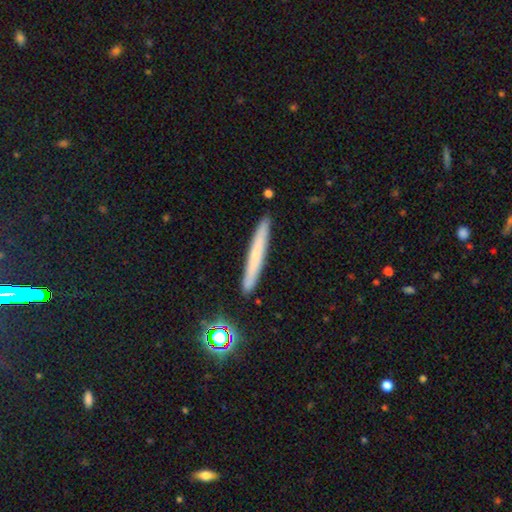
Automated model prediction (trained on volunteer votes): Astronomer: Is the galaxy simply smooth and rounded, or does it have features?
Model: smooth — 58%.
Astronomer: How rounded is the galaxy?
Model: cigar-shaped — 96%.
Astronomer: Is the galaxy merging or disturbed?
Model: none — 91%.